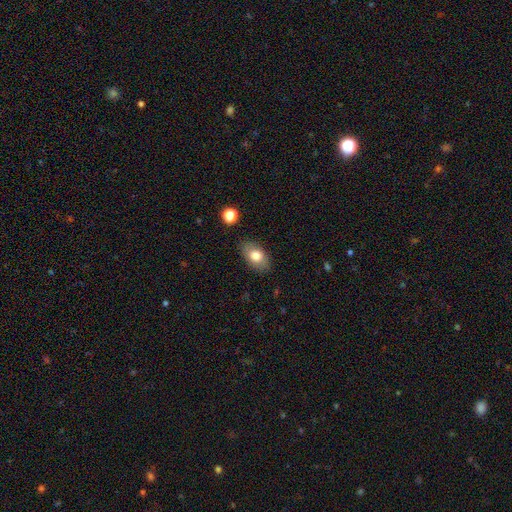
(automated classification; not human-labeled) smooth_or_featured: smooth (p=0.77) [alt: featured or disk p=0.15]
how_rounded: in between (p=0.90) [alt: round p=0.08]
merging: none (p=0.84) [alt: minor disturbance p=0.11]